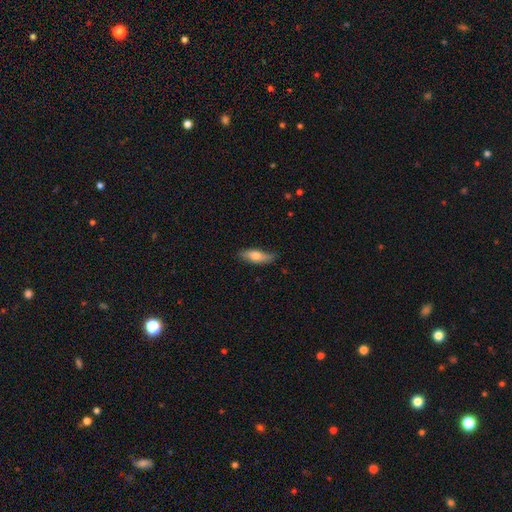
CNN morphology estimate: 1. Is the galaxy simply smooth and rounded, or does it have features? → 70% smooth, 24% featured or disk, 6% star or artifact.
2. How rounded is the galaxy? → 58% in between, 40% cigar-shaped, 3% round.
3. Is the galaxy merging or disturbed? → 74% none, 22% minor disturbance, 4% major disturbance, 1% merger.